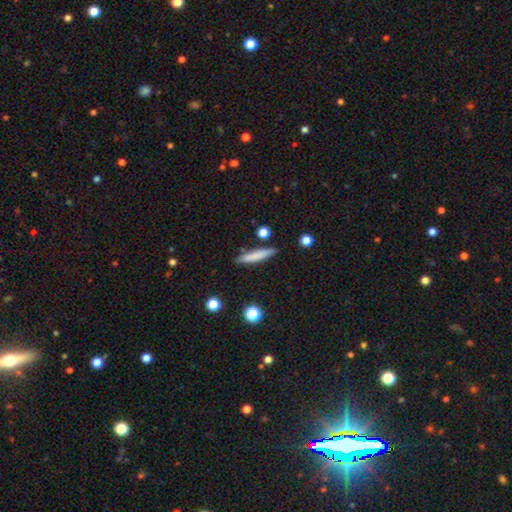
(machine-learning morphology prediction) type=smooth (77%); roundness=cigar-shaped (89%); merging=none (84%).